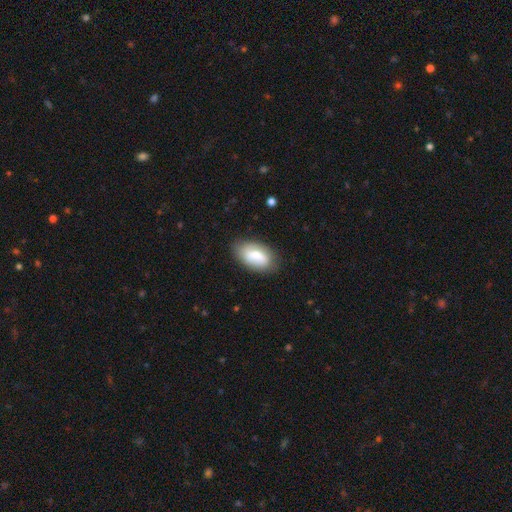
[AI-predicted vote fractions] smooth_or_featured: smooth (p=0.64) [alt: featured or disk p=0.29]
how_rounded: in between (p=0.93) [alt: round p=0.05]
merging: none (p=0.76) [alt: minor disturbance p=0.17]